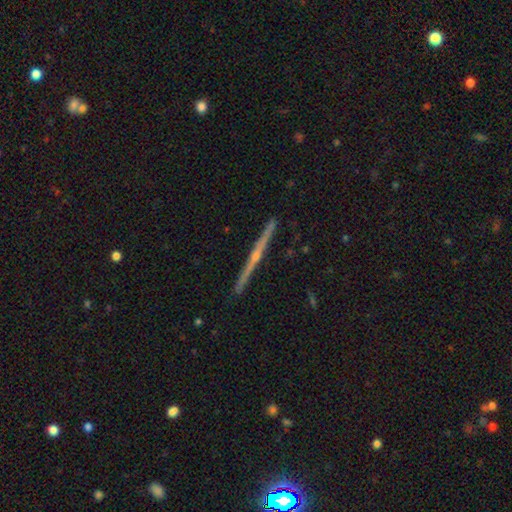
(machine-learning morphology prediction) This is clearly a featured or disk galaxy (82%). It is clearly viewed edge-on (98%). Edge-on bulge: likely rounded (74%). Merging: clearly none (92%).